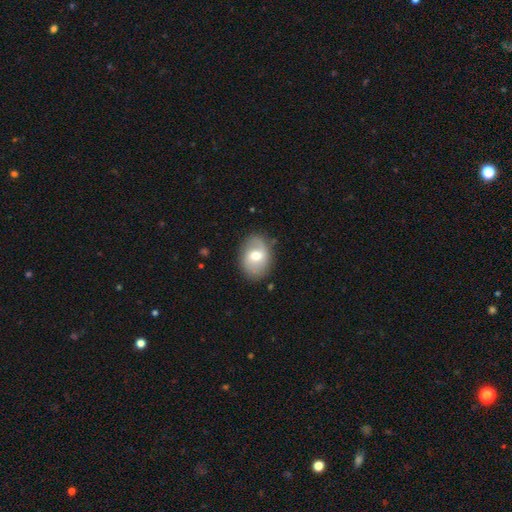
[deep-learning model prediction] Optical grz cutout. It shows a featured or disk galaxy (47%). Merging: none (81%).